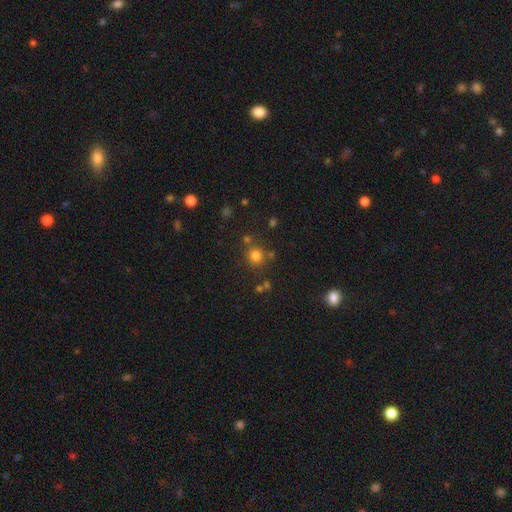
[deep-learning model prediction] Morphology: type=smooth (77%); roundness=round (90%); merging=none (75%).